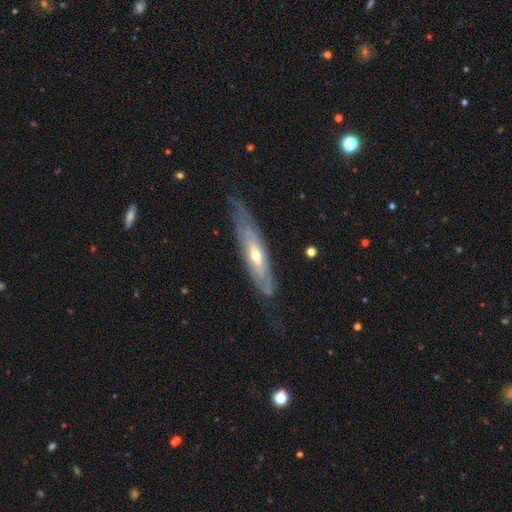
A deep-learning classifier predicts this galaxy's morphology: This appears to be a featured or disk galaxy (72%). Merging: none (63%).